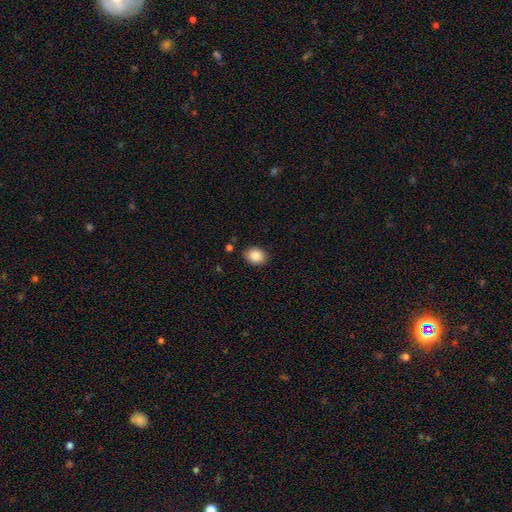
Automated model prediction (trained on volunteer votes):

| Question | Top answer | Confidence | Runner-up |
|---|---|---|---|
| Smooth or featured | smooth | 86% | star or artifact (8%) |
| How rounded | in between | 56% | round (43%) |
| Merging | none | 88% | minor disturbance (9%) |